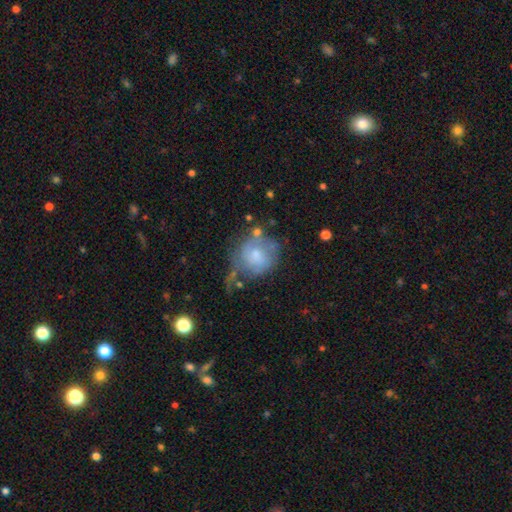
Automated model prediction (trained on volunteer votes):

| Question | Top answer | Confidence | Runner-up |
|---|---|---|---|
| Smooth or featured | smooth | 50% | featured or disk (41%) |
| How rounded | round | 77% | in between (22%) |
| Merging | none | 34% | major disturbance (29%) |